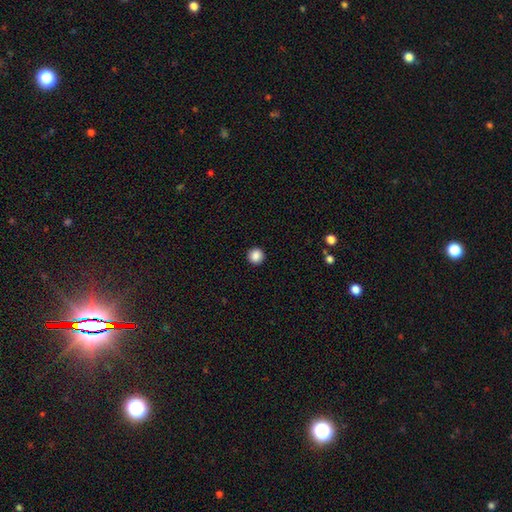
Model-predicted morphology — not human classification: type=smooth (88%); roundness=round (95%); merging=none (93%).